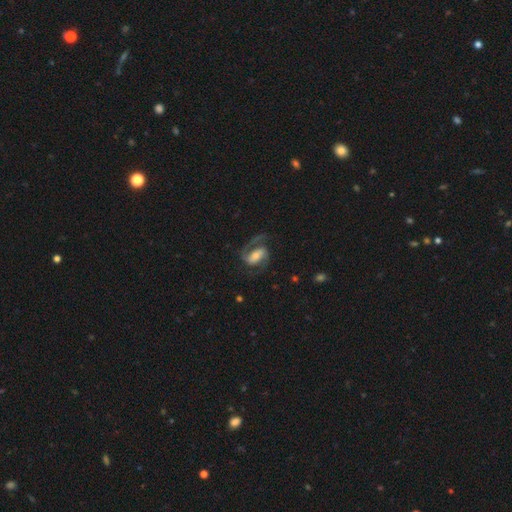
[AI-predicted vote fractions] featured or disk 85%, smooth 9%, star or artifact 5%. Down the decision tree: edge-on disk — no (97%); bar — strong (41%); spiral arms — yes (96%); spiral arm count — 2 (90%); spiral winding — medium (57%); bulge size — moderate (47%); merging — none (71%).